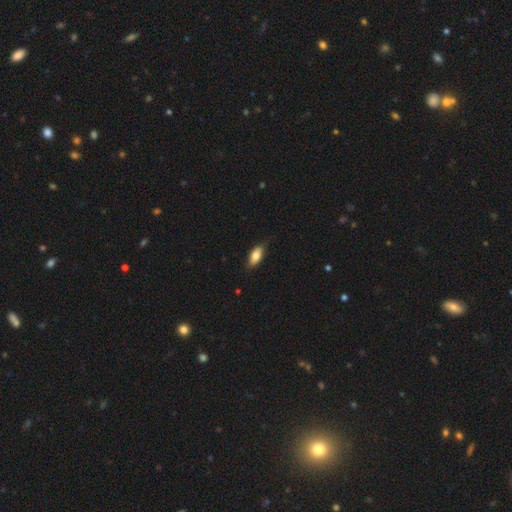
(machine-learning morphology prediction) Smooth or featured? Predicted: smooth (p=0.77). How rounded? Predicted: in between (p=0.86). Merging? Predicted: none (p=0.77).